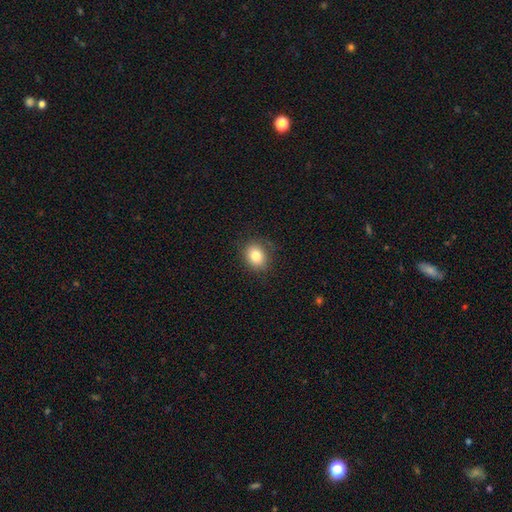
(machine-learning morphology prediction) smooth 81%, star or artifact 10%, featured or disk 9%. Down the decision tree: how rounded — round (64%); merging — none (85%).